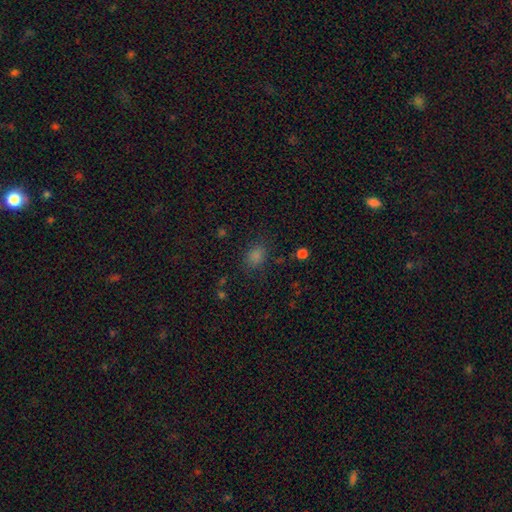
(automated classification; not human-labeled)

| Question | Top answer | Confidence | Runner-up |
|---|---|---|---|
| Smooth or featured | smooth | 76% | star or artifact (19%) |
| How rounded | in between | 52% | round (47%) |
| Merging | none | 81% | minor disturbance (13%) |